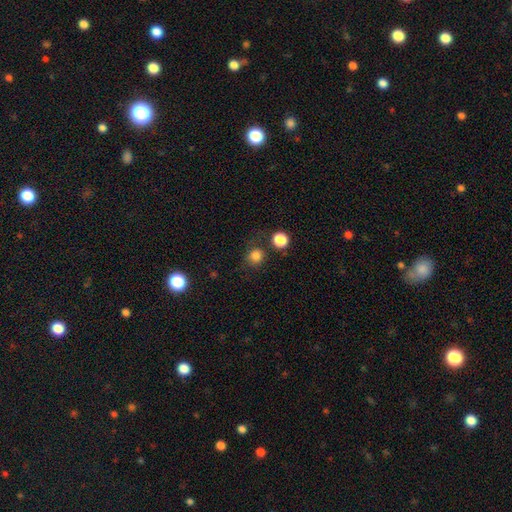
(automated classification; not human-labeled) A smooth galaxy with no disk features (81%) that is round (87%). Merging: none (74%).